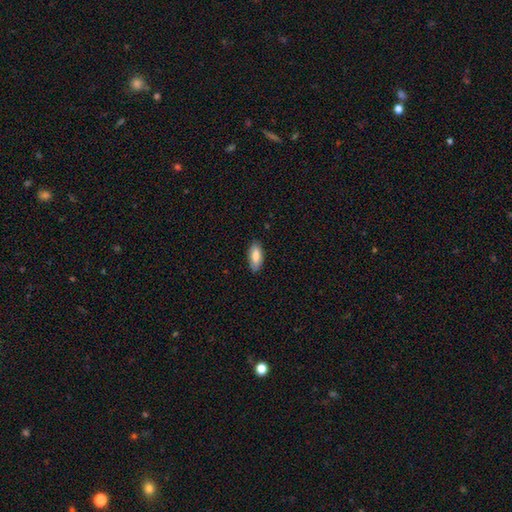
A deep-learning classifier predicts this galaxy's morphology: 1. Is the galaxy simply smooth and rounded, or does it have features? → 82% smooth, 12% featured or disk, 6% star or artifact.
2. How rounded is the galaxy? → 86% in between, 12% cigar-shaped, 2% round.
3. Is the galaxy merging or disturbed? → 85% none, 12% minor disturbance, 2% major disturbance, 1% merger.